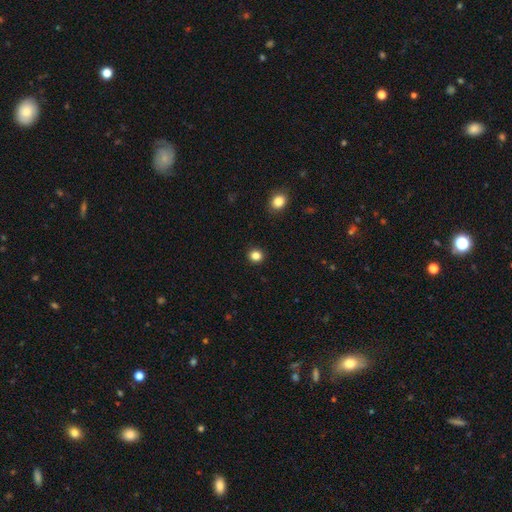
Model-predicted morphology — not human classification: smooth 83%, star or artifact 13%, featured or disk 4%. Down the decision tree: how rounded — round (90%); merging — none (92%).